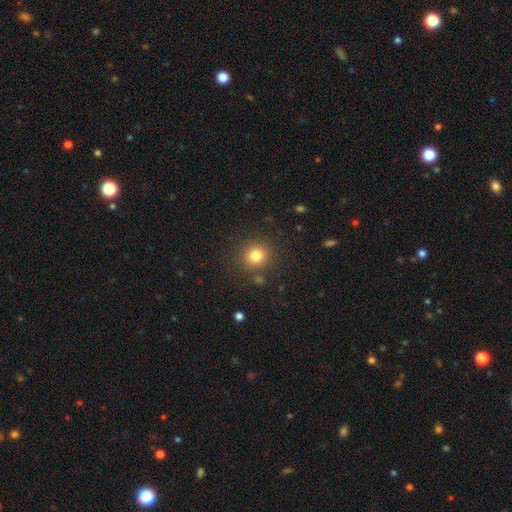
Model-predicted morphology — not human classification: Smooth or featured? Predicted: smooth (p=0.80). How rounded? Predicted: round (p=0.89). Merging? Predicted: none (p=0.86).